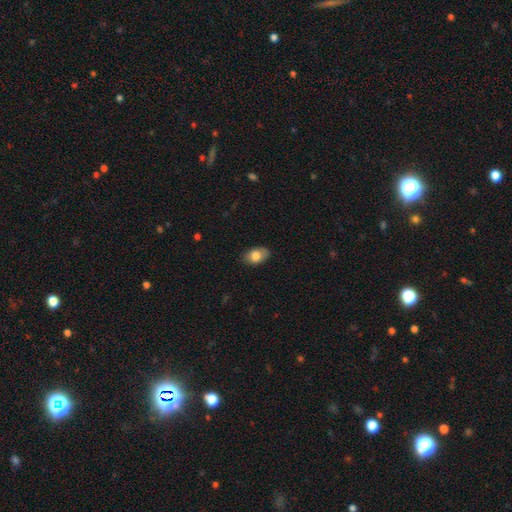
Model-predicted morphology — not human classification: smooth 79%, featured or disk 14%, star or artifact 7%. Down the decision tree: how rounded — in between (87%); merging — none (80%).